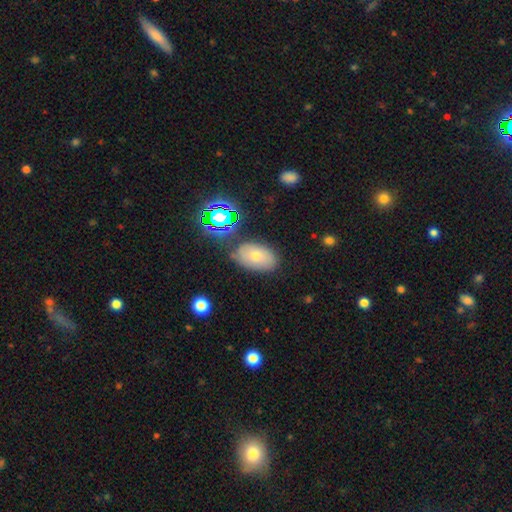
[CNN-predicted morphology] Smooth or featured? smooth (57%)
How rounded? in between (87%)
Merging? none (77%)